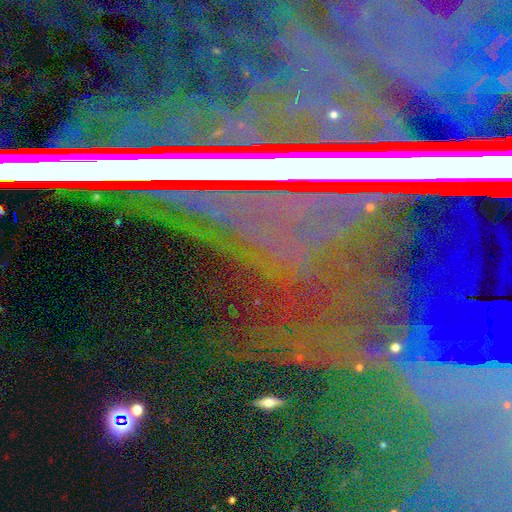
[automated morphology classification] A star or artifact, not a galaxy (70%).